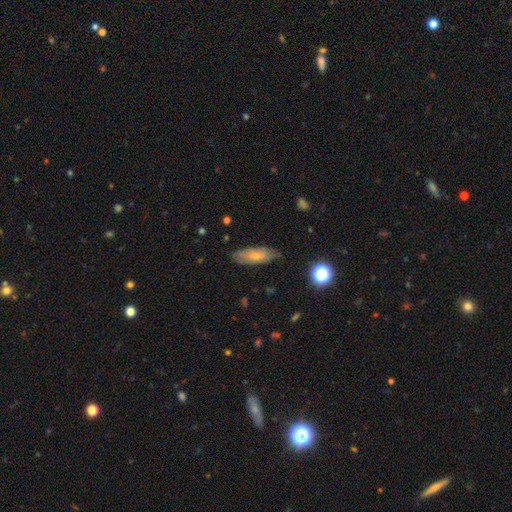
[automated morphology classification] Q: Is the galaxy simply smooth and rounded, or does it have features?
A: smooth — 64%.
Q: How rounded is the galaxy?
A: in between — 69%.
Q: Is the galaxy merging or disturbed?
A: none — 75%.